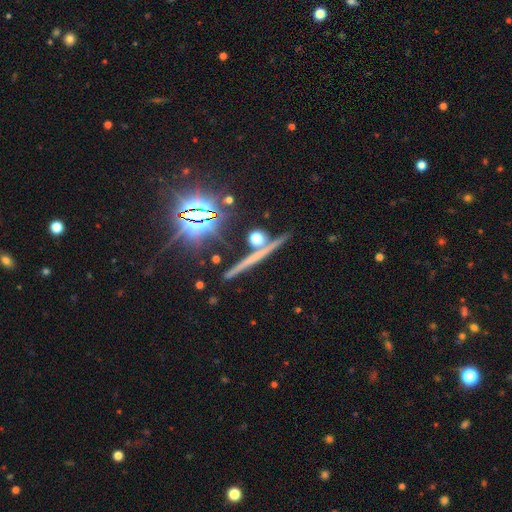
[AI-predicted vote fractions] Smooth or featured? Predicted: featured or disk (p=0.47). Merging? Predicted: none (p=0.80).